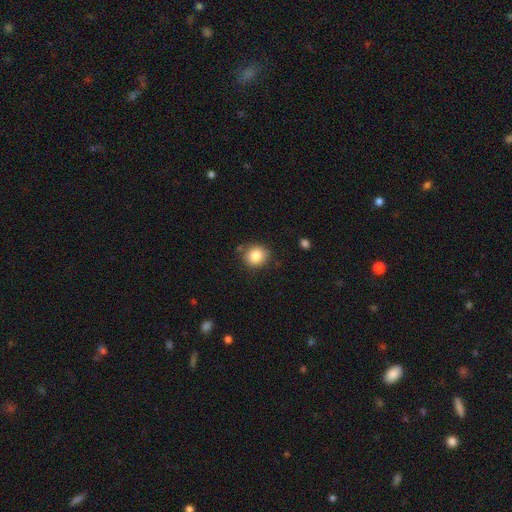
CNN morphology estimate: The model was most divided on "how rounded": round: 83%, in between: 16%, cigar-shaped: 1%. More confident: smooth or featured — smooth (84%); merging — none (81%).